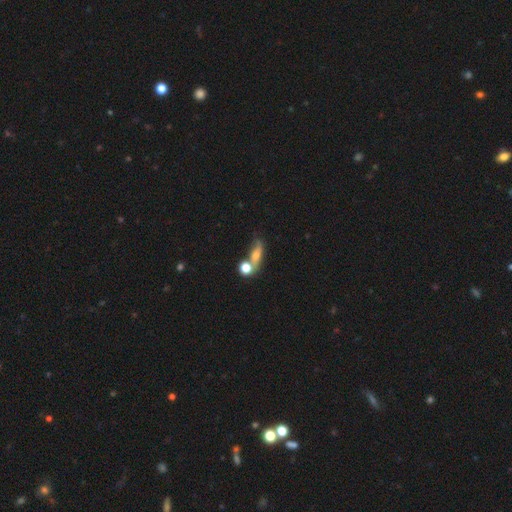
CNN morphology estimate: Smooth or featured? Predicted: smooth (p=0.63). How rounded? Predicted: in between (p=0.45). Merging? Predicted: none (p=0.41).